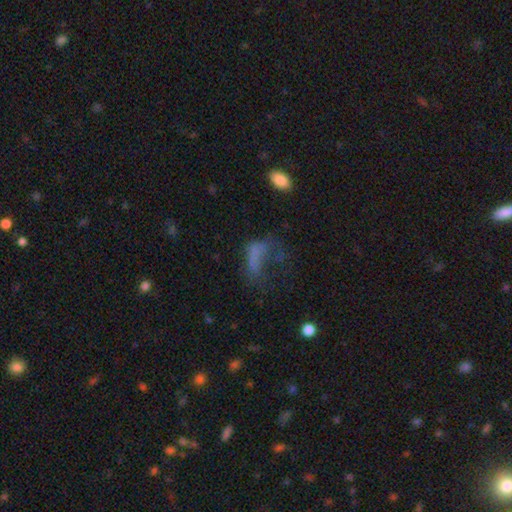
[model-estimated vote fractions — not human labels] Q: Smooth or featured?
A: smooth (54%); runner-up: featured or disk (27%)
Q: How rounded?
A: in between (75%); runner-up: cigar-shaped (13%)
Q: Merging?
A: major disturbance (56%); runner-up: none (24%)